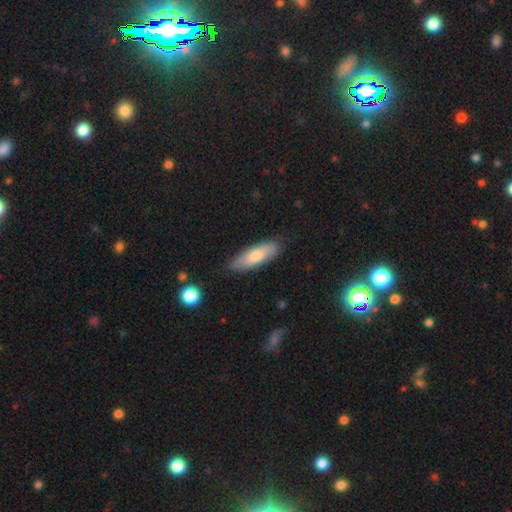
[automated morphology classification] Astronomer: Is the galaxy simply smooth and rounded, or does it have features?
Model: smooth — 64%.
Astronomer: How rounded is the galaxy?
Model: in between — 52% (runner-up: cigar-shaped, 46%).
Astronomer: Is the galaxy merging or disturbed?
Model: none — 80%.